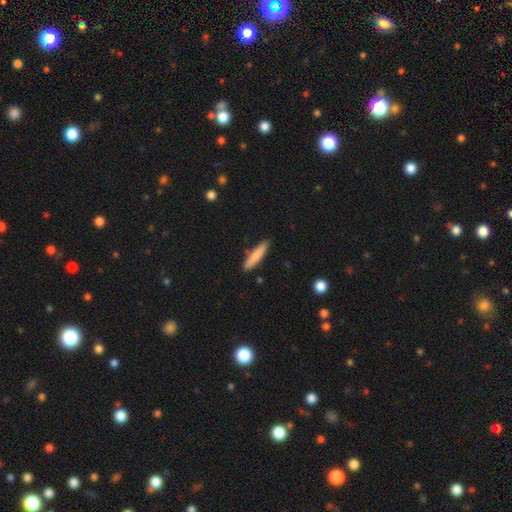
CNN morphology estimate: The model was most divided on "smooth or featured": smooth: 80%, featured or disk: 14%, star or artifact: 6%. More confident: how rounded — cigar-shaped (87%); merging — none (87%).